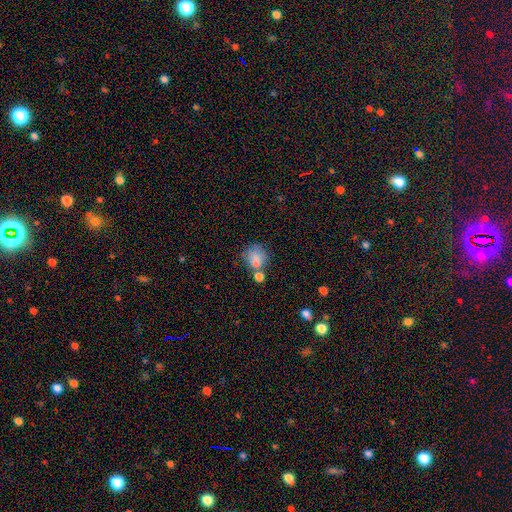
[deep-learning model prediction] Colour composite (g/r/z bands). It shows a smooth galaxy with no disk features (74%) that is round (68%). Merging: none (43%).